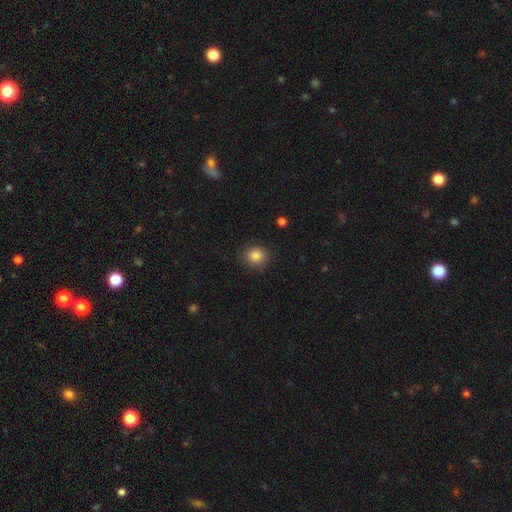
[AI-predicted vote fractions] Smooth or featured: smooth — 85% (star or artifact — 10%)
How rounded: round — 84% (in between — 15%)
Merging: none — 85% (minor disturbance — 10%)